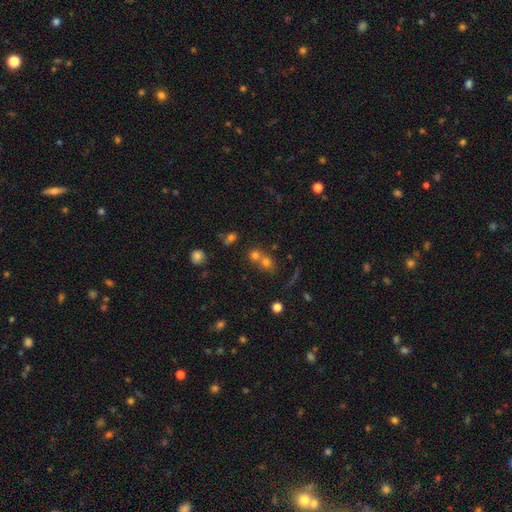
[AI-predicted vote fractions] Smooth or featured?
  - smooth: 63% *
  - star or artifact: 21%
  - featured or disk: 15%
How rounded?
  - round: 76% *
  - in between: 23%
  - cigar-shaped: 2%
Merging?
  - merger: 56% *
  - none: 34%
  - minor disturbance: 6%
  - major disturbance: 4%